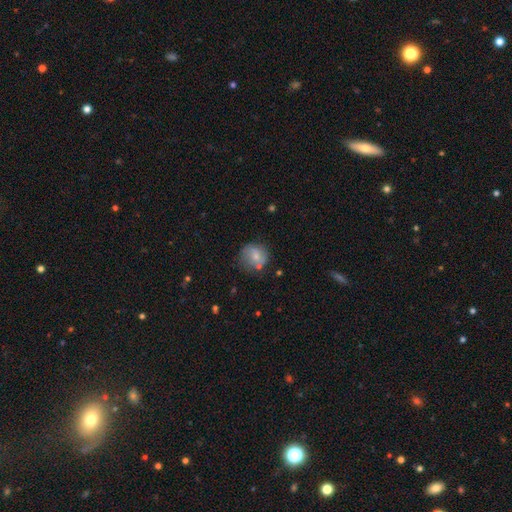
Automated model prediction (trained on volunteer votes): Smooth or featured?
  - smooth: 69% *
  - featured or disk: 22%
  - star or artifact: 9%
How rounded?
  - round: 83% *
  - in between: 16%
  - cigar-shaped: 1%
Merging?
  - none: 63% *
  - minor disturbance: 22%
  - major disturbance: 8%
  - merger: 7%